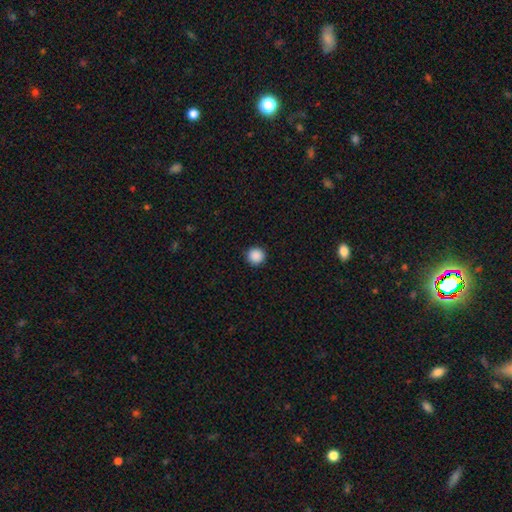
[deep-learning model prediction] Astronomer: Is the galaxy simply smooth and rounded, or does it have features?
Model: smooth — 89%.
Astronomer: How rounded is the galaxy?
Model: round — 96%.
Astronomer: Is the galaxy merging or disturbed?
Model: none — 93%.